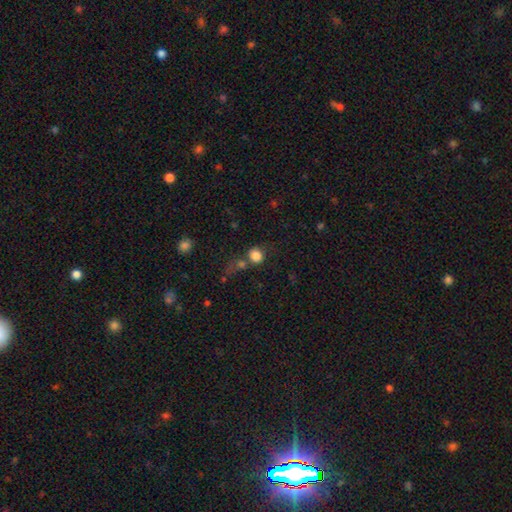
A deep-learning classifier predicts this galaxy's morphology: Smooth or featured? Predicted: smooth (p=0.82). How rounded? Predicted: round (p=0.80). Merging? Predicted: none (p=0.56).